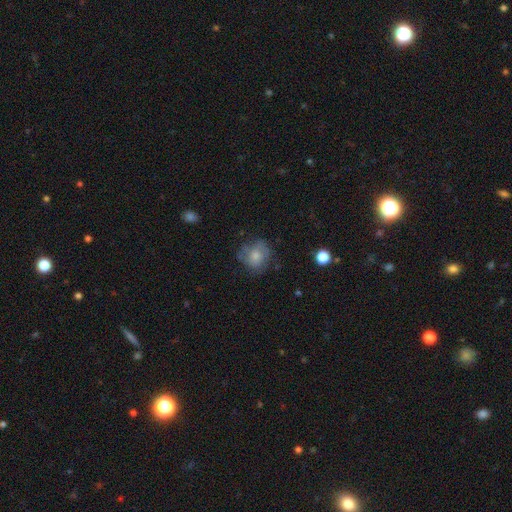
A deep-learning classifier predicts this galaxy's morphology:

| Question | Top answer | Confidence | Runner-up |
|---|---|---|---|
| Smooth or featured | smooth | 66% | featured or disk (24%) |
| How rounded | round | 73% | in between (26%) |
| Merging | none | 58% | minor disturbance (26%) |